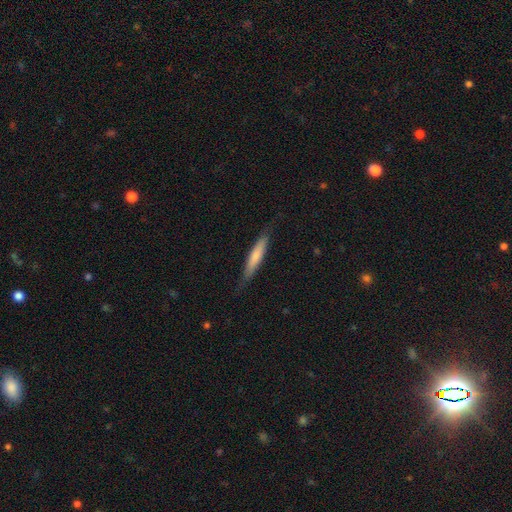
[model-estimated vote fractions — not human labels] smooth 67%, featured or disk 28%, star or artifact 5%. Down the decision tree: how rounded — cigar-shaped (89%); merging — none (80%).